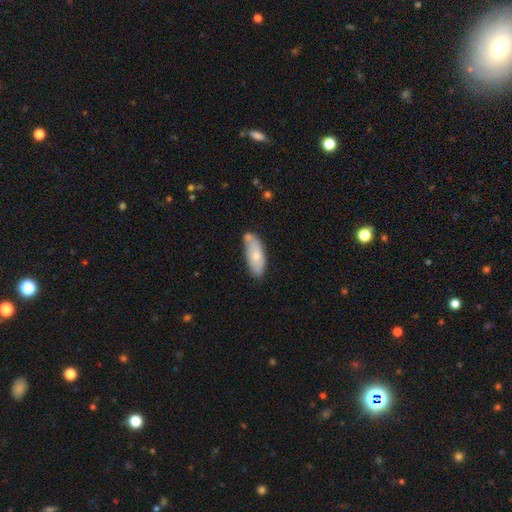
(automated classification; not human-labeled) Smooth or featured? smooth (72%)
How rounded? in between (73%)
Merging? none (58%)